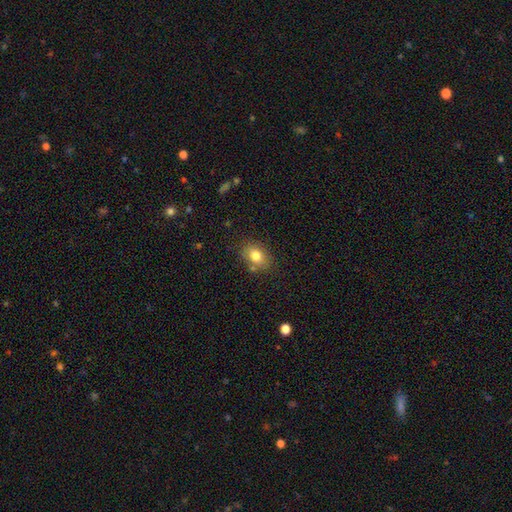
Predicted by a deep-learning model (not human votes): Overall: smooth (79%). How rounded: in between (70%). Merging: none (75%).